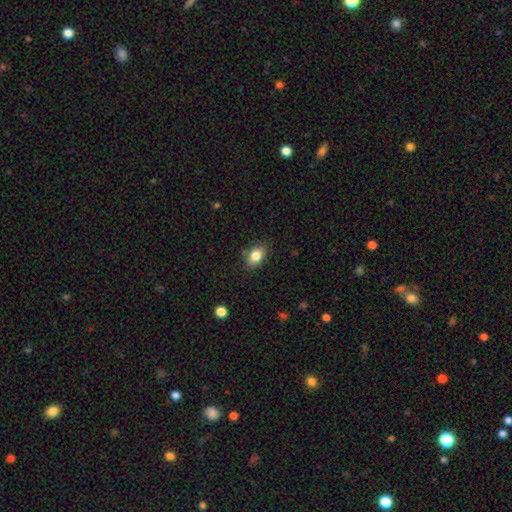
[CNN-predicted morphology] Smooth or featured? smooth (83%)
How rounded? in between (80%)
Merging? none (82%)